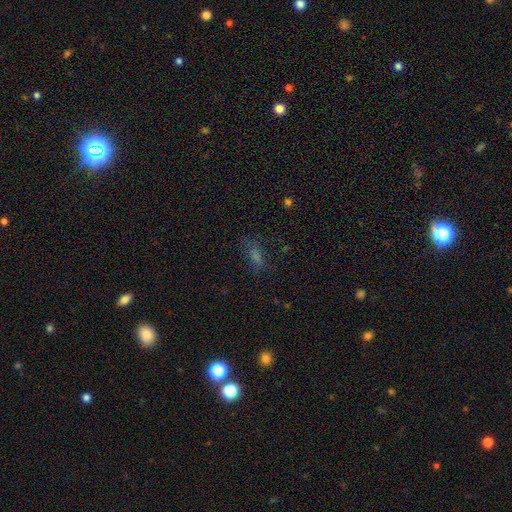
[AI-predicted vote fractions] The model was most divided on "smooth or featured": smooth: 53%, star or artifact: 31%, featured or disk: 16%. More confident: how rounded — in between (72%); merging — none (66%).